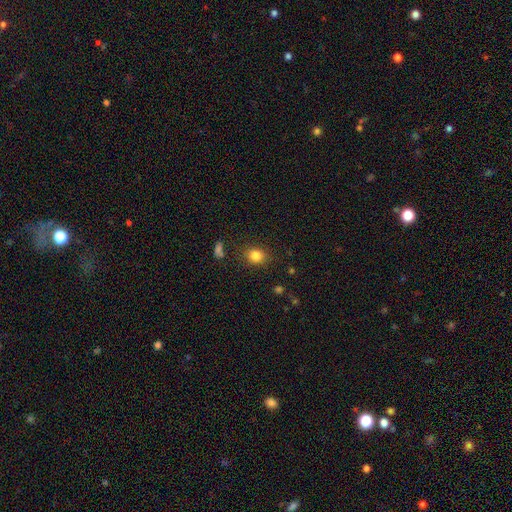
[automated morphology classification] Smooth or featured? smooth (83%)
How rounded? round (61%)
Merging? none (84%)